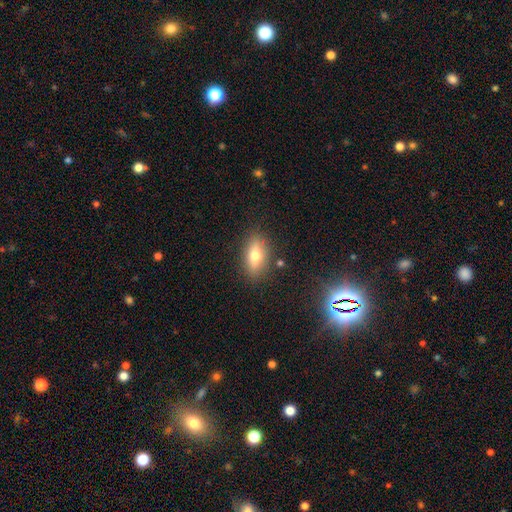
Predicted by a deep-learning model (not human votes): Smooth or featured? smooth (64%)
How rounded? in between (77%)
Merging? none (84%)